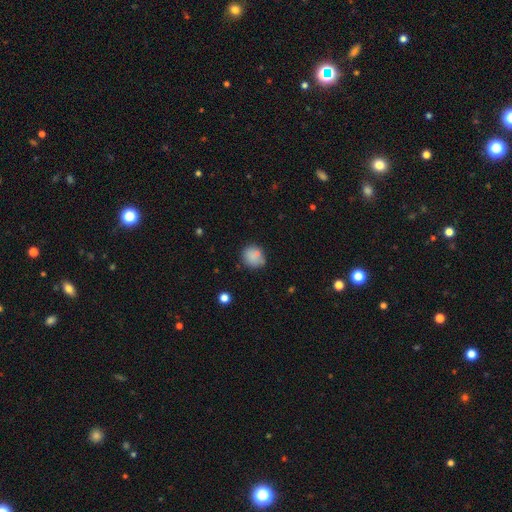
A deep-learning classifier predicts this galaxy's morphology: smooth_or_featured: smooth (p=0.83) [alt: star or artifact p=0.10]
how_rounded: round (p=0.80) [alt: in between p=0.19]
merging: none (p=0.70) [alt: minor disturbance p=0.18]